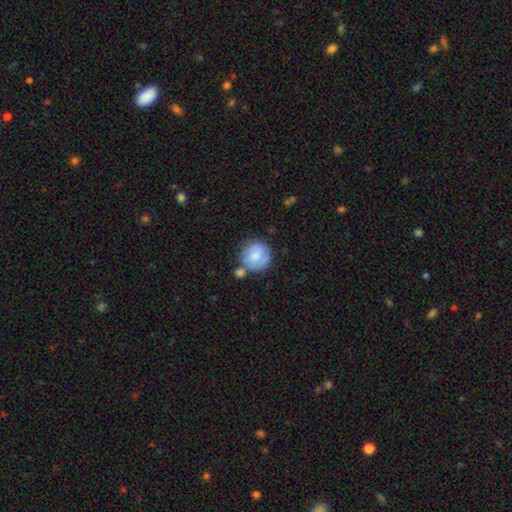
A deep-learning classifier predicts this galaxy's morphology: A smooth galaxy with no disk features (69%) that is round (90%).

Vote fractions:
- Smooth or featured? smooth: 69% / featured or disk: 24% / star or artifact: 7%
- How rounded? round: 90% / in between: 9% / cigar-shaped: 1%
- Merging? none: 58% / merger: 18% / minor disturbance: 18% / major disturbance: 6%